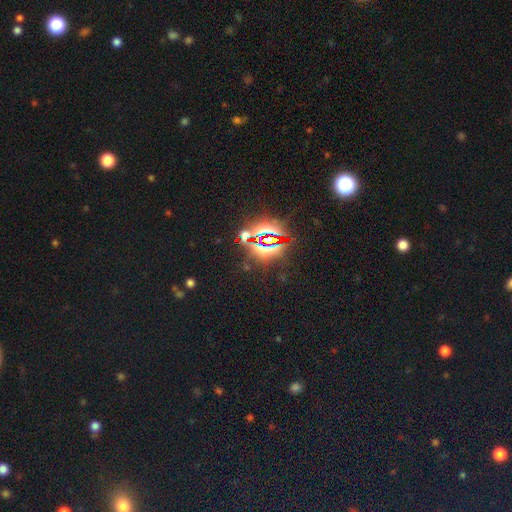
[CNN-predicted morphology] star or artifact 80%, smooth 12%, featured or disk 7%.